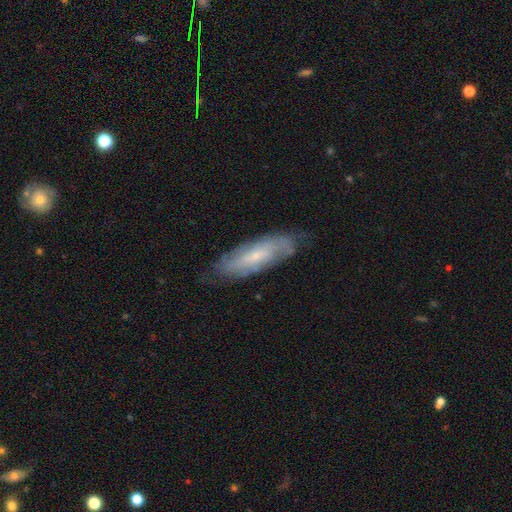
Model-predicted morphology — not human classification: Smooth or featured: featured or disk — 58% (smooth — 35%)
Edge-on disk: no — 77% (yes — 23%)
Merging: none — 74% (minor disturbance — 20%)